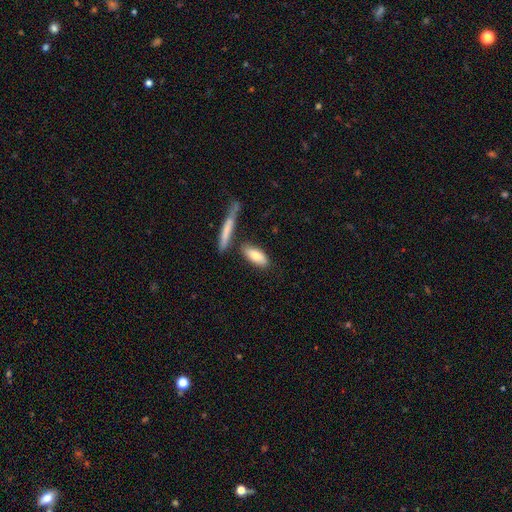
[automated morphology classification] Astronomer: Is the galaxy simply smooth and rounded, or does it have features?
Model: smooth — 76%.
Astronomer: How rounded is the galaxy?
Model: in between — 75%.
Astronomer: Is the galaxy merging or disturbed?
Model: none — 72%.